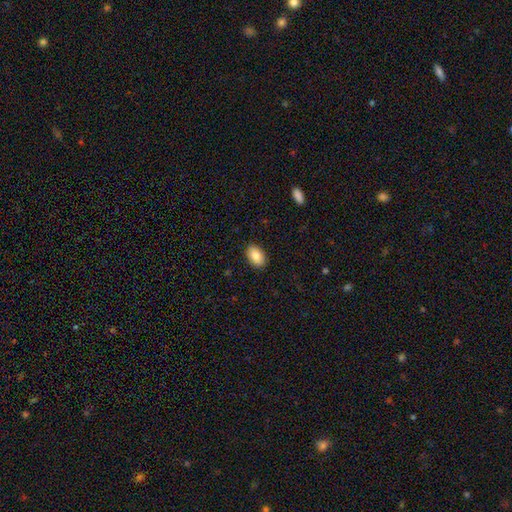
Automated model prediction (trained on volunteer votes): Overall: smooth (84%). How rounded: in between (89%). Merging: none (89%).